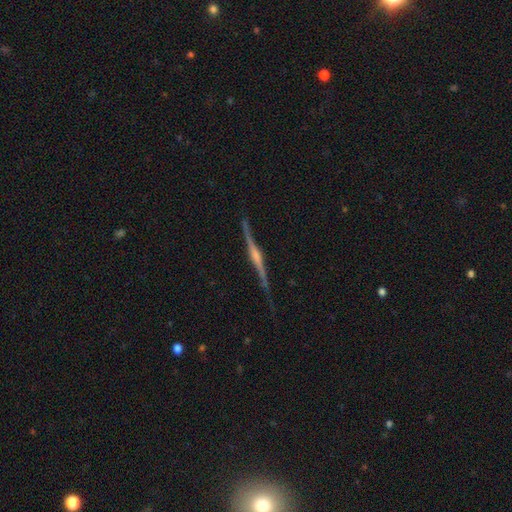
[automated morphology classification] featured or disk 86%, smooth 8%, star or artifact 6%. Down the decision tree: edge-on disk — yes (96%); edge-on bulge — rounded (73%); merging — none (79%).